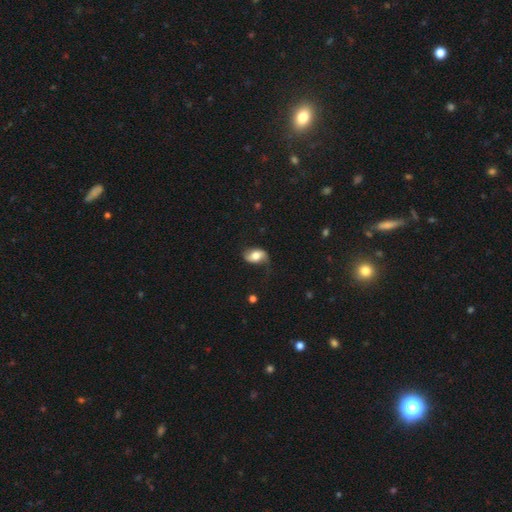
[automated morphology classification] smooth-or-featured: featured or disk: 46% (tied) | smooth: 46% (tied) | star or artifact: 7%
  merging: none: 55% | minor disturbance: 27% | major disturbance: 16% | merger: 2%